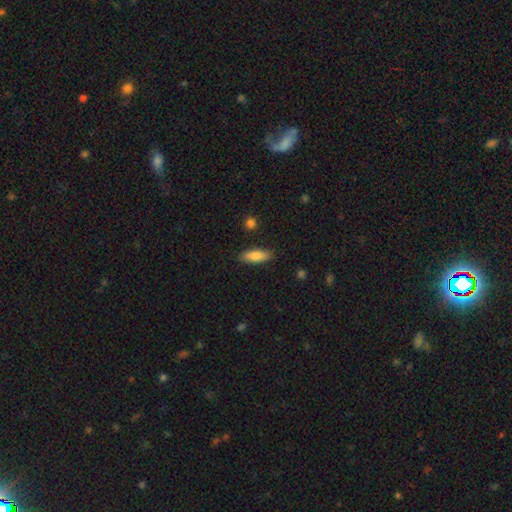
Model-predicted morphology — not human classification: Q: Smooth or featured?
A: smooth (81%); runner-up: featured or disk (13%)
Q: How rounded?
A: in between (61%); runner-up: cigar-shaped (36%)
Q: Merging?
A: none (87%); runner-up: minor disturbance (9%)